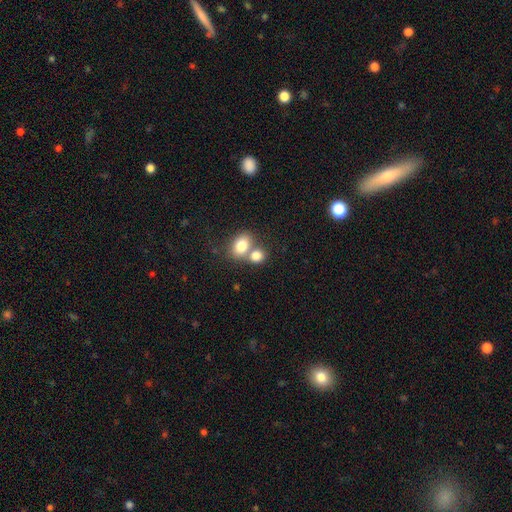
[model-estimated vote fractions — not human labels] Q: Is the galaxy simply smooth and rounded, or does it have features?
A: smooth — 80%.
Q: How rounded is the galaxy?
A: in between — 54%.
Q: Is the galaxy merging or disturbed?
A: merger — 54%.